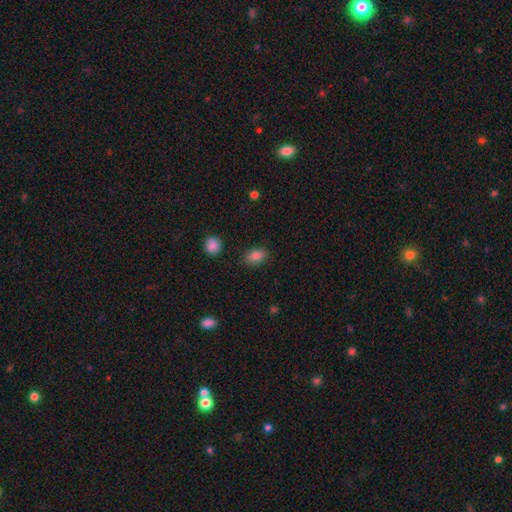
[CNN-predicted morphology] Smooth or featured?
  - smooth: 86% *
  - star or artifact: 10%
  - featured or disk: 5%
How rounded?
  - in between: 80% *
  - round: 19%
  - cigar-shaped: 1%
Merging?
  - none: 85% *
  - minor disturbance: 11%
  - major disturbance: 3%
  - merger: 2%